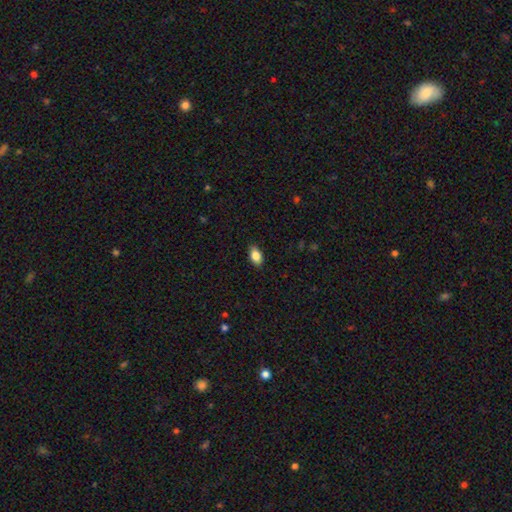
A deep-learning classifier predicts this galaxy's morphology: Q: Smooth or featured?
A: smooth (85%); runner-up: star or artifact (8%)
Q: How rounded?
A: in between (90%); runner-up: round (8%)
Q: Merging?
A: none (88%); runner-up: minor disturbance (9%)